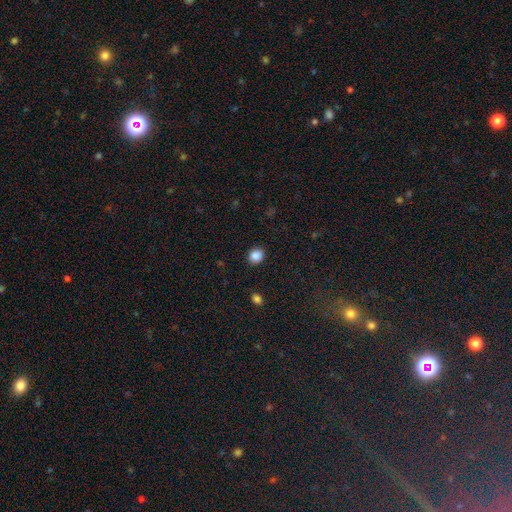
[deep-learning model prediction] Smooth or featured: smooth — 87% (star or artifact — 10%)
How rounded: round — 72% (in between — 27%)
Merging: none — 89% (minor disturbance — 7%)